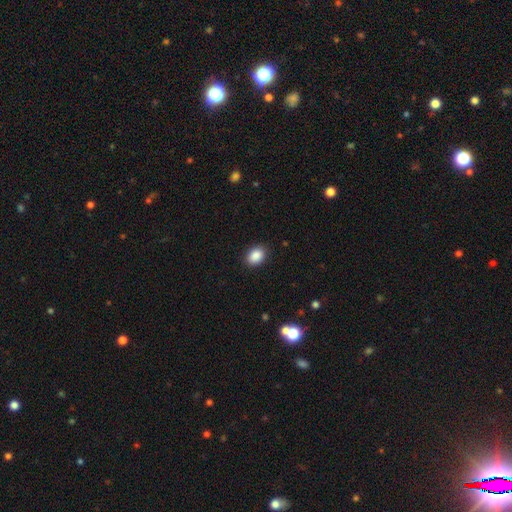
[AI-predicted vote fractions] The model was most divided on "how rounded": in between: 75%, round: 24%, cigar-shaped: 1%. More confident: merging — none (89%); smooth or featured — smooth (89%).